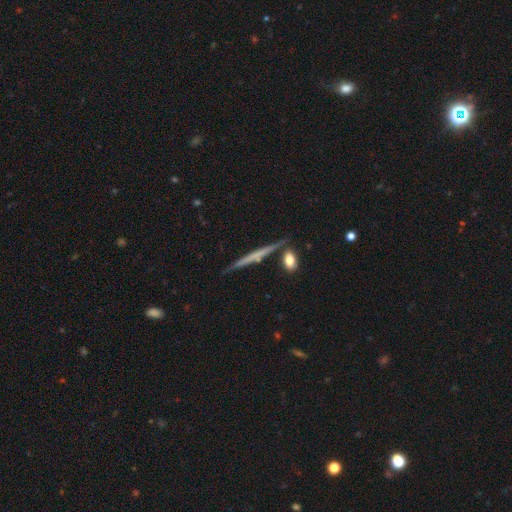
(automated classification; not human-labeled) A featured or disk galaxy (58%) viewed edge-on (96%) with no central bulge (73%).

Vote fractions:
- Smooth or featured? featured or disk: 58% / smooth: 36% / star or artifact: 6%
- Edge-on disk? yes: 96% / no: 4%
- Edge-on bulge? none: 73% / rounded: 17% / boxy: 10%
- Merging? none: 82% / minor disturbance: 10% / merger: 6% / major disturbance: 2%